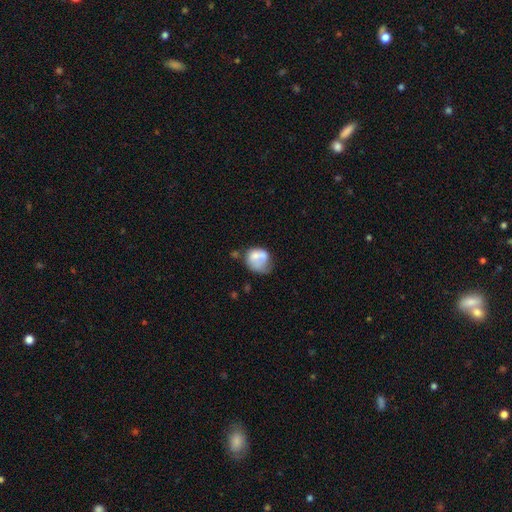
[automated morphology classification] This appears to be a smooth galaxy with no disk features (64%) that is round (55%). Merging: none (27%).